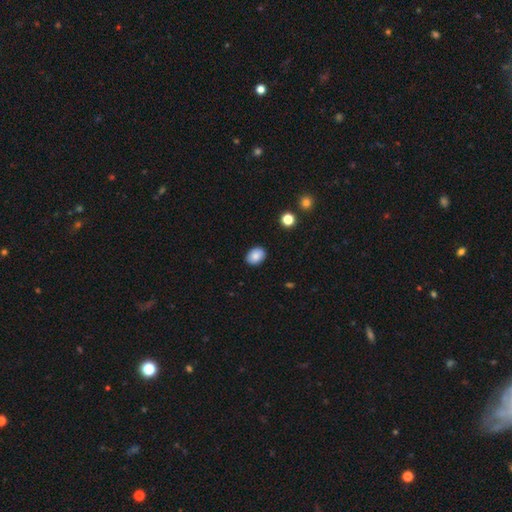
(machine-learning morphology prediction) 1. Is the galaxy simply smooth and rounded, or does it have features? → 85% smooth, 8% star or artifact, 6% featured or disk.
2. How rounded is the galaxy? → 66% in between, 33% round, 1% cigar-shaped.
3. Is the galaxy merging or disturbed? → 88% none, 9% minor disturbance, 2% major disturbance, 1% merger.